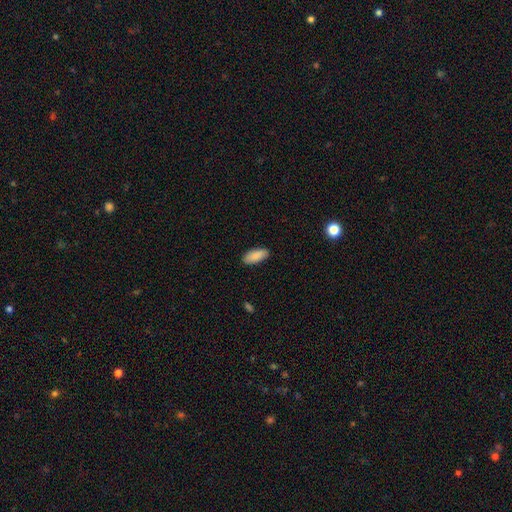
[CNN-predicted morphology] A smooth galaxy with no disk features (90%) that is in between round and cigar-shaped (86%). Merging: none (88%).